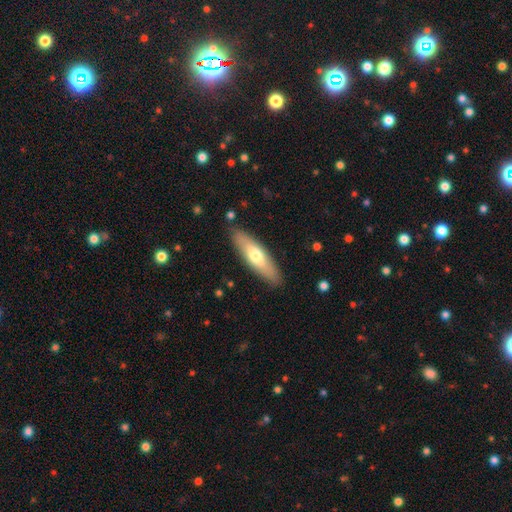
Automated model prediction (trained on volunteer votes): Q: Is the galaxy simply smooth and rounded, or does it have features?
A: smooth — 60%.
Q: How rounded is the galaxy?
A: cigar-shaped — 58%.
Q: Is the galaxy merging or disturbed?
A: none — 86%.